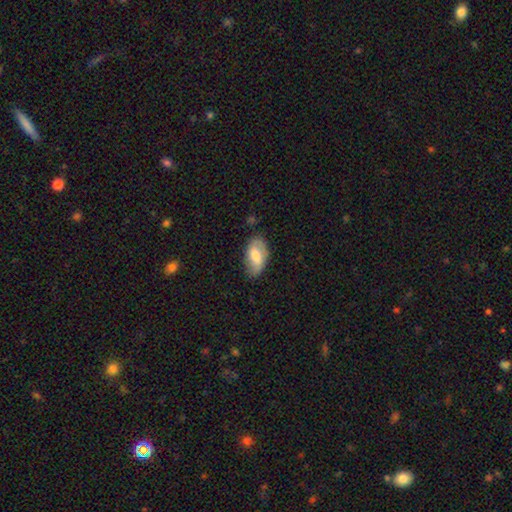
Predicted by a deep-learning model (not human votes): A smooth galaxy with no disk features (58%) that is in between round and cigar-shaped (93%). Merging: none (70%).